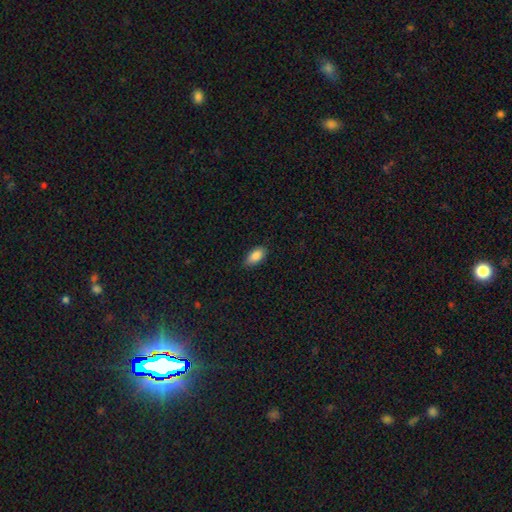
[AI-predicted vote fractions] smooth_or_featured: smooth (p=0.88) [alt: star or artifact p=0.07]
how_rounded: in between (p=0.92) [alt: cigar-shaped p=0.05]
merging: none (p=0.84) [alt: minor disturbance p=0.13]